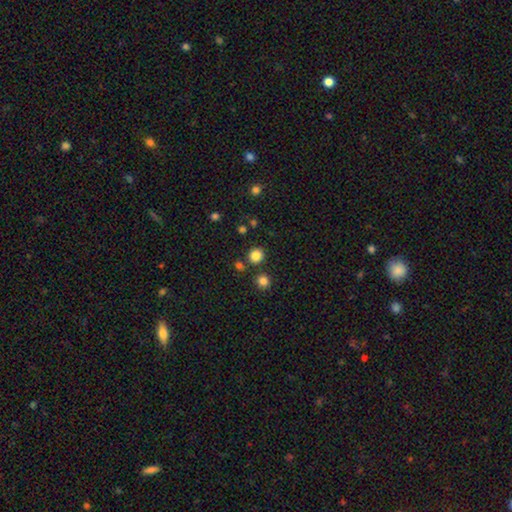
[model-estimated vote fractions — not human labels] Overall: smooth (83%). How rounded: round (88%). Merging: none (85%).